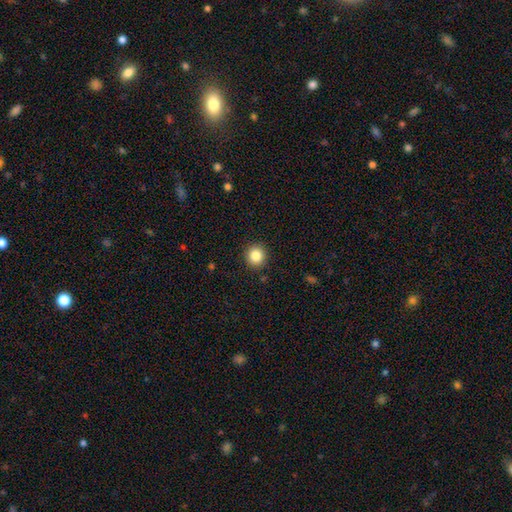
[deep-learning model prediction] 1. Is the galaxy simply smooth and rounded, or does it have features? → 85% smooth, 10% star or artifact, 5% featured or disk.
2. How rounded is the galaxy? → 92% round, 7% in between, 1% cigar-shaped.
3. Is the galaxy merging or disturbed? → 91% none, 6% minor disturbance, 2% major disturbance, 1% merger.